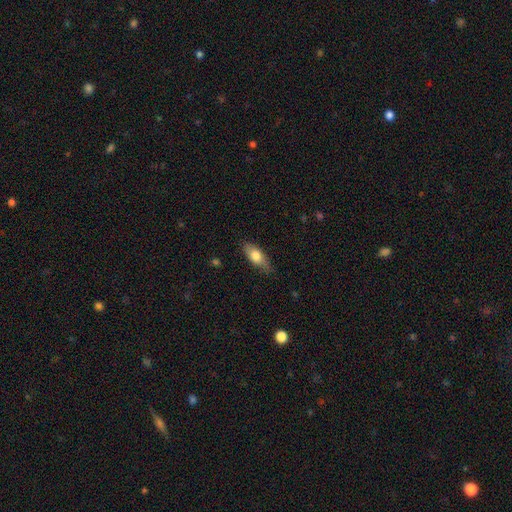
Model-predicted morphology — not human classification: A smooth galaxy with no disk features (73%) that is in between round and cigar-shaped (77%). Merging: none (77%).